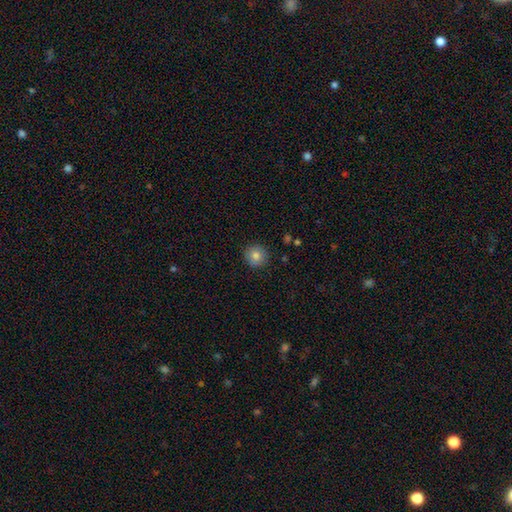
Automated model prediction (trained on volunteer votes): smooth-or-featured: smooth: 81% | star or artifact: 10% | featured or disk: 9%
  how-rounded: round: 94% | in between: 5% | cigar-shaped: 1%
  merging: none: 91% | minor disturbance: 7% | major disturbance: 2% | merger: 1%